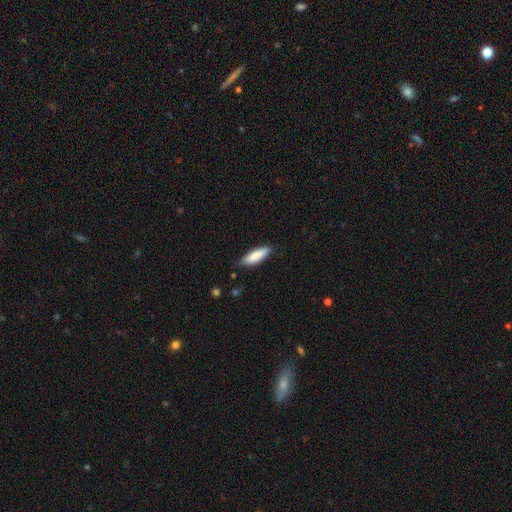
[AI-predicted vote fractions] smooth-or-featured: smooth: 83% | featured or disk: 11% | star or artifact: 6%
  how-rounded: in between: 49% (tied) | cigar-shaped: 49% (tied) | round: 2%
  merging: none: 76% | minor disturbance: 20% | major disturbance: 3% | merger: 1%